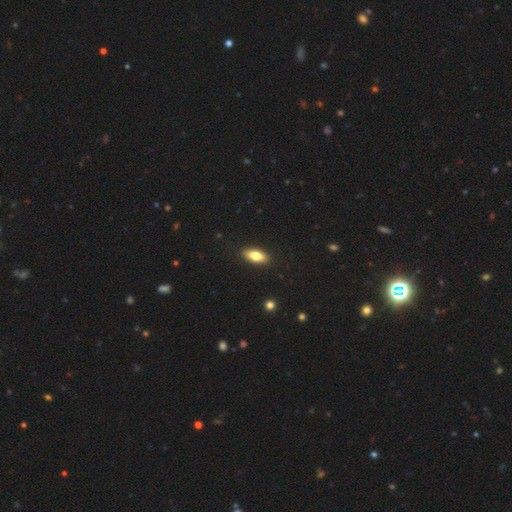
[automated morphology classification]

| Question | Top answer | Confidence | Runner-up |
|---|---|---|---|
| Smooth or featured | smooth | 77% | featured or disk (16%) |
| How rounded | in between | 82% | cigar-shaped (15%) |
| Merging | none | 90% | minor disturbance (8%) |